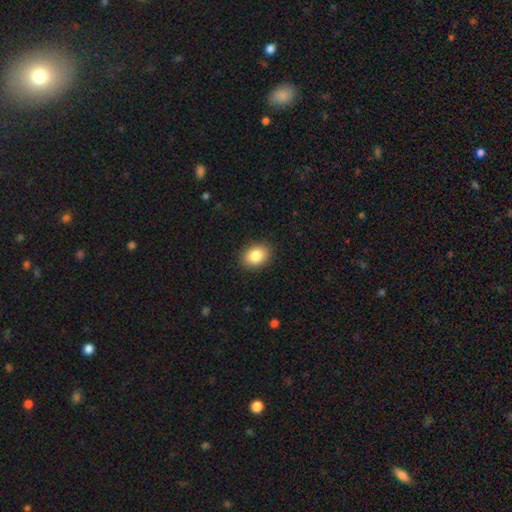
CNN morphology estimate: Overall: smooth (86%). How rounded: in between (71%). Merging: none (89%).